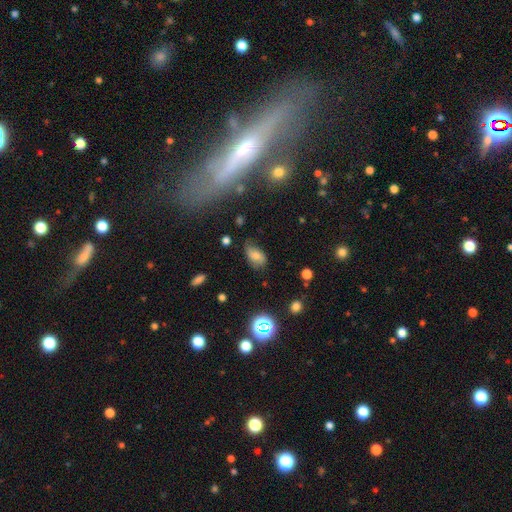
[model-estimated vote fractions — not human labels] Q: Smooth or featured?
A: smooth (64%); runner-up: featured or disk (22%)
Q: How rounded?
A: in between (89%); runner-up: round (9%)
Q: Merging?
A: none (51%); runner-up: minor disturbance (35%)